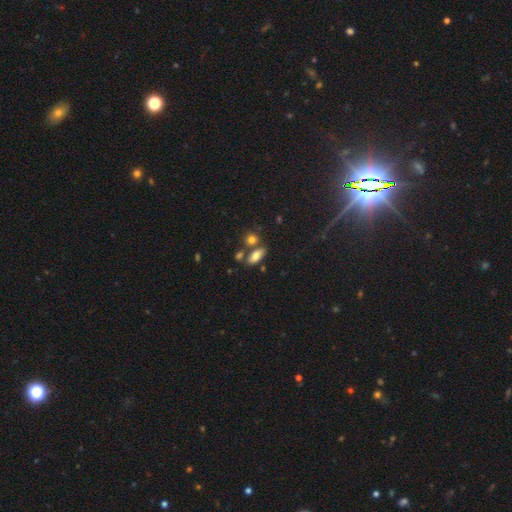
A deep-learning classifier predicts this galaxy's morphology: A smooth galaxy with no disk features (76%) that is in between round and cigar-shaped (81%).

Vote fractions:
- Smooth or featured? smooth: 76% / featured or disk: 15% / star or artifact: 9%
- How rounded? in between: 81% / cigar-shaped: 14% / round: 5%
- Merging? none: 61% / merger: 21% / minor disturbance: 13% / major disturbance: 4%